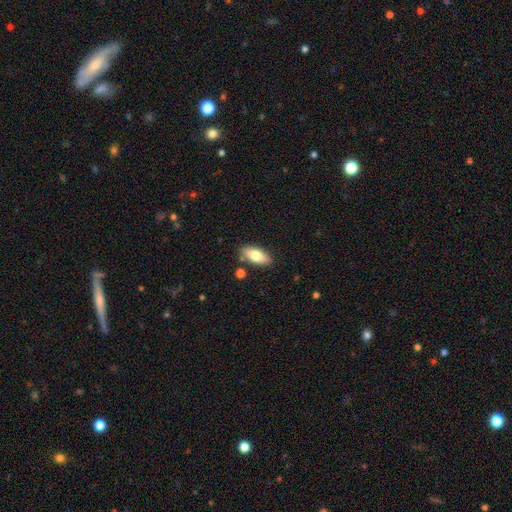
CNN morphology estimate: This is likely a smooth galaxy (74%). How rounded: clearly in between (84%). Merging: clearly none (82%).